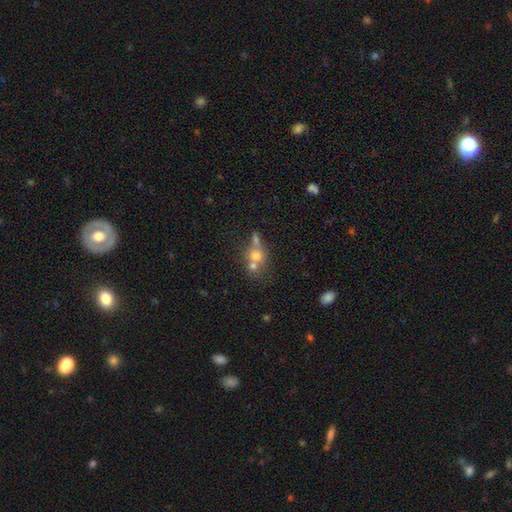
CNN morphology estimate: type=smooth (63%); roundness=round (72%); merging=merger (54%).